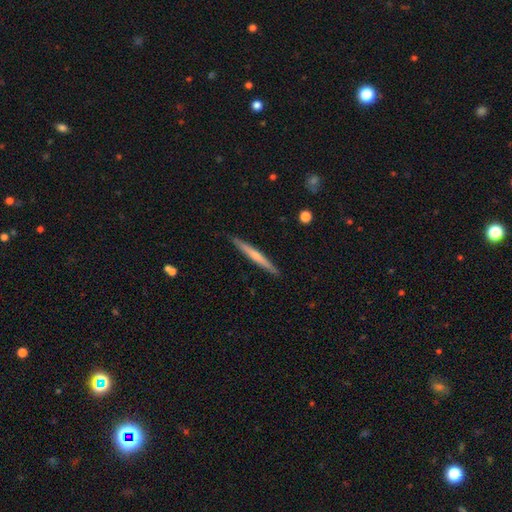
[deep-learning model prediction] Smooth or featured: featured or disk — 53% (smooth — 42%)
Edge-on disk: yes — 97% (no — 3%)
Edge-on bulge: none — 49% (rounded — 46%)
Merging: none — 91% (minor disturbance — 6%)